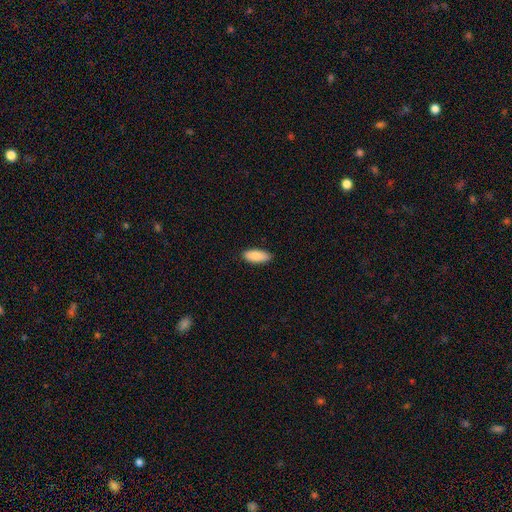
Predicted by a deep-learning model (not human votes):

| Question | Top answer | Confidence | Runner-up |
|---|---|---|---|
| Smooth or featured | smooth | 86% | featured or disk (8%) |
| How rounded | in between | 83% | cigar-shaped (15%) |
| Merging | none | 87% | minor disturbance (10%) |